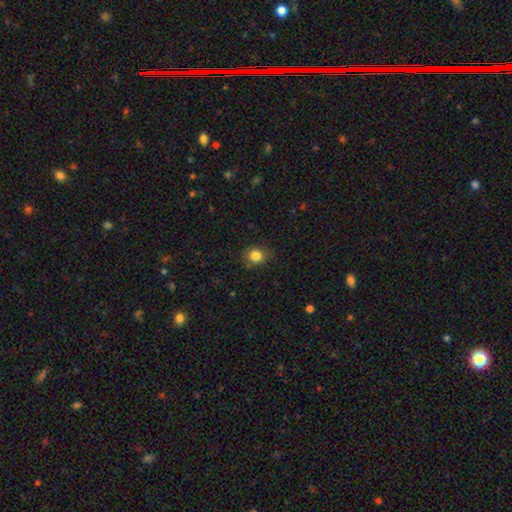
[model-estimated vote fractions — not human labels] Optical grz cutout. It shows a smooth galaxy with no disk features (83%) that is round (77%). Merging: none (85%).